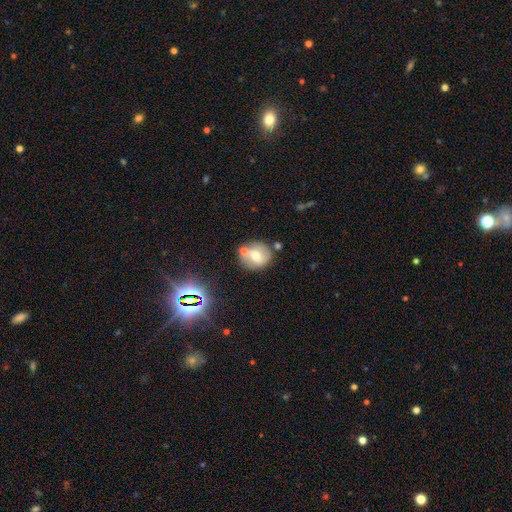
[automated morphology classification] This is possibly a smooth galaxy (55%). How rounded: clearly round (82%). Merging: likely none (63%).